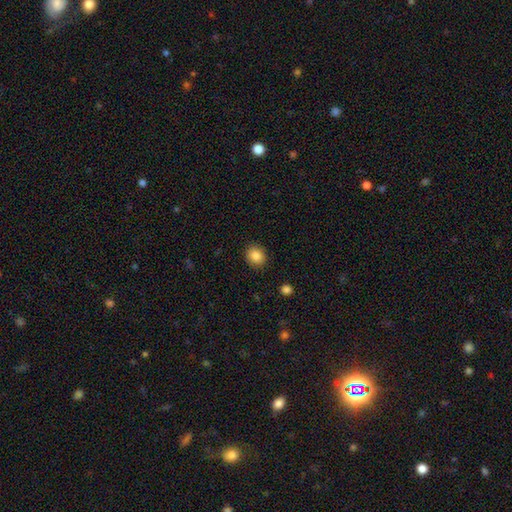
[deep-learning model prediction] The model was most divided on "how rounded": round: 75%, in between: 24%, cigar-shaped: 1%. More confident: merging — none (90%); smooth or featured — smooth (86%).